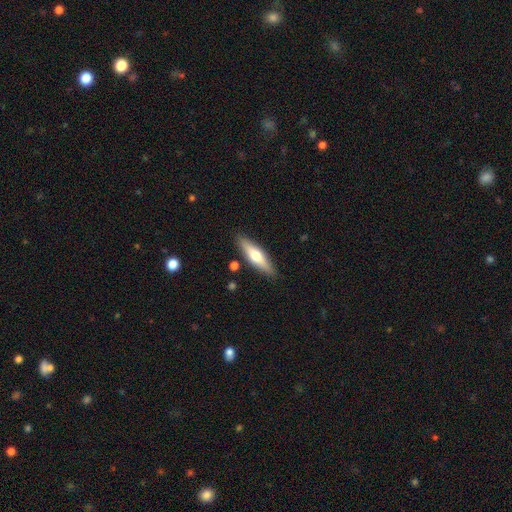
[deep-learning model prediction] smooth-or-featured: smooth: 51% | featured or disk: 43% | star or artifact: 6%
  how-rounded: cigar-shaped: 67% | in between: 31% | round: 2%
  merging: none: 86% | minor disturbance: 9% | merger: 3% | major disturbance: 2%